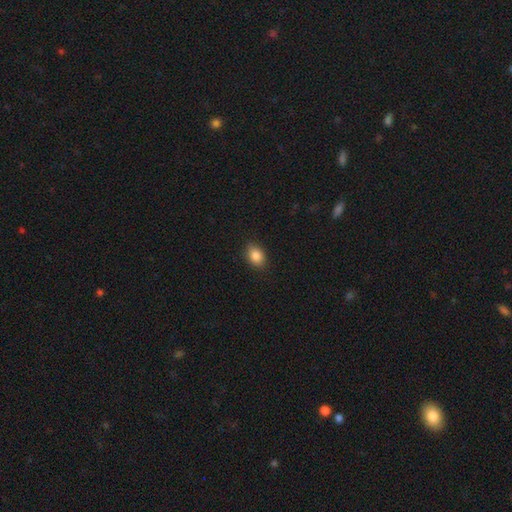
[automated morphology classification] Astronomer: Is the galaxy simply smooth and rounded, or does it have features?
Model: smooth — 86%.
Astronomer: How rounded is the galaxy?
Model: in between — 74%.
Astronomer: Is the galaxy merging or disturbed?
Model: none — 88%.